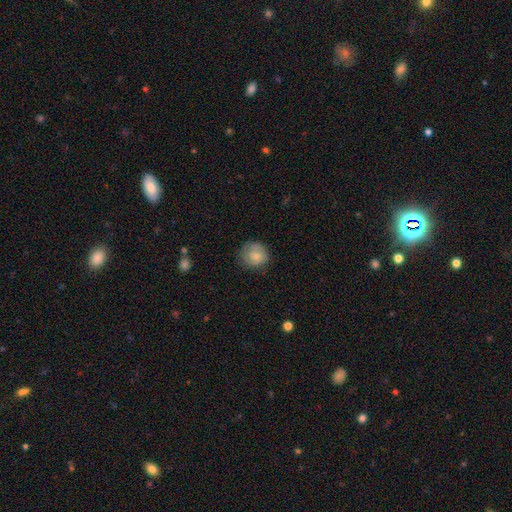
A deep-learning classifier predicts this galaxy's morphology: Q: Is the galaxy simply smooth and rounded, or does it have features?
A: smooth — 69%.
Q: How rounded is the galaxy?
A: round — 87%.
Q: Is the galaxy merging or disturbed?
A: none — 72%.